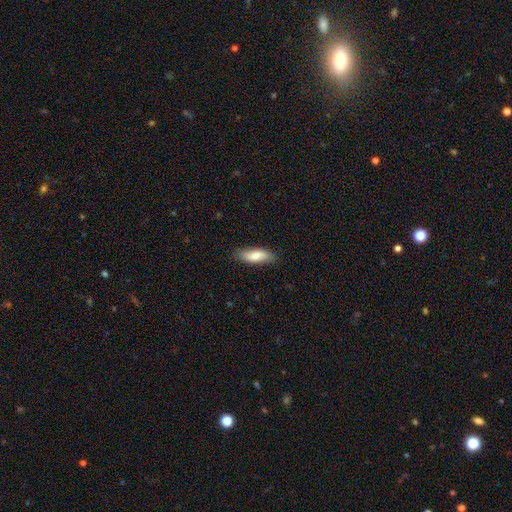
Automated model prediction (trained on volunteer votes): smooth-or-featured: smooth: 78% | featured or disk: 16% | star or artifact: 6%
  how-rounded: in between: 58% | cigar-shaped: 39% | round: 2%
  merging: none: 83% | minor disturbance: 14% | major disturbance: 2% | merger: 1%